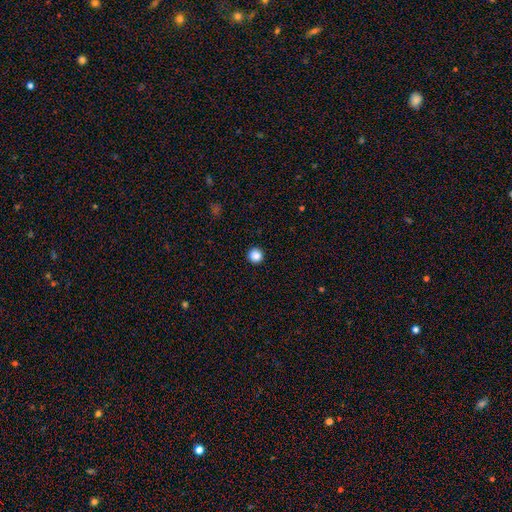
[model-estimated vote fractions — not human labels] smooth_or_featured: smooth (p=0.87) [alt: star or artifact p=0.10]
how_rounded: round (p=0.96) [alt: in between p=0.03]
merging: none (p=0.94) [alt: minor disturbance p=0.04]